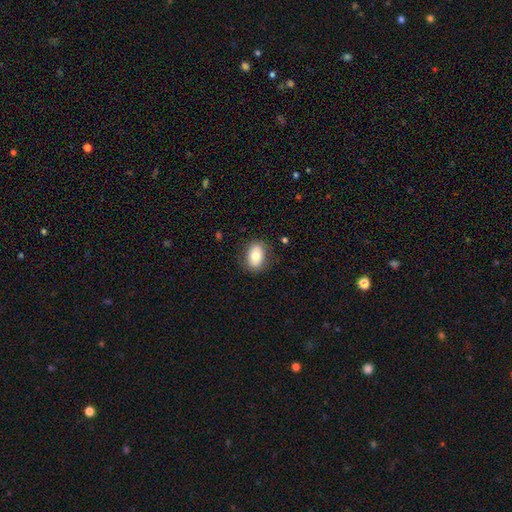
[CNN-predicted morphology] smooth-or-featured: smooth: 77% | featured or disk: 16% | star or artifact: 8%
  how-rounded: in between: 81% | round: 18% | cigar-shaped: 1%
  merging: none: 83% | minor disturbance: 13% | major disturbance: 4% | merger: 1%